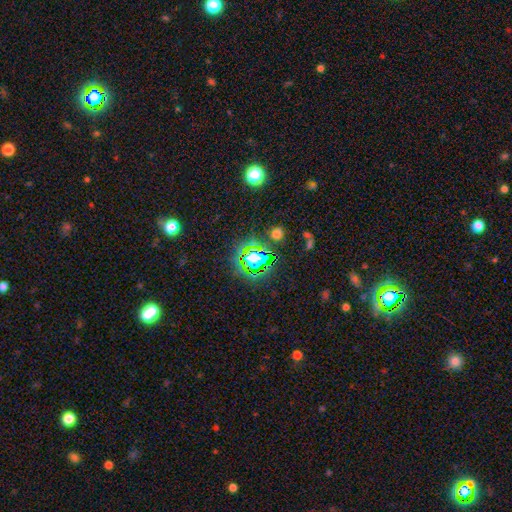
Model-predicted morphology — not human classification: This appears to be a star or artifact, not a galaxy (67%).